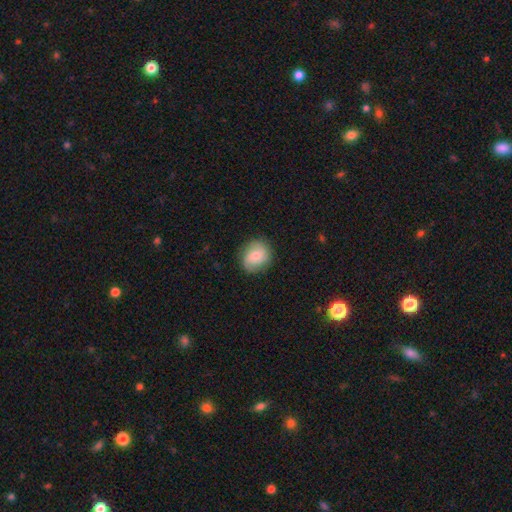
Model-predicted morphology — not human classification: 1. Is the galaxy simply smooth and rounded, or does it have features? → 53% smooth, 39% featured or disk, 8% star or artifact.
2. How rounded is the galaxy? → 73% round, 26% in between, 1% cigar-shaped.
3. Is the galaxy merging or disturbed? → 81% none, 14% minor disturbance, 4% major disturbance, 1% merger.